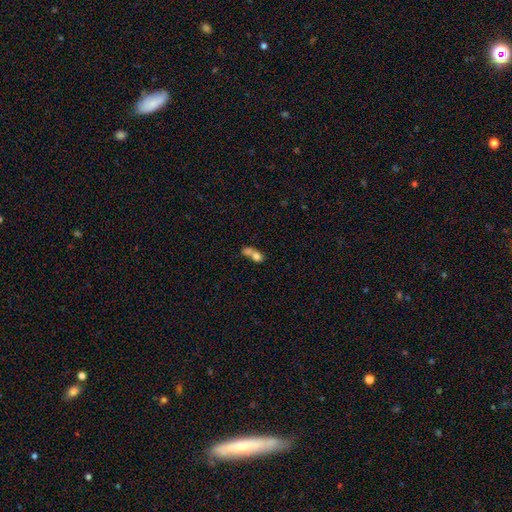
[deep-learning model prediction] The model was most divided on "how rounded": in between: 56%, round: 39%, cigar-shaped: 4%. More confident: smooth or featured — smooth (72%); merging — merger (71%).